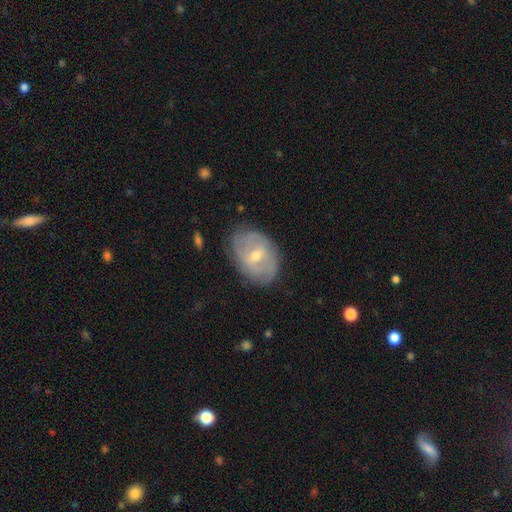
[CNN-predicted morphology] Smooth or featured: featured or disk — 70% (smooth — 24%)
Edge-on disk: no — 95% (yes — 5%)
Bar: weak — 56% (no — 26%)
Spiral arms: yes — 77% (no — 23%)
Spiral winding: tight — 51% (medium — 34%)
Spiral arm count: can't tell — 42% (2 — 35%)
Bulge size: moderate — 53% (small — 44%)
Merging: none — 76% (minor disturbance — 18%)